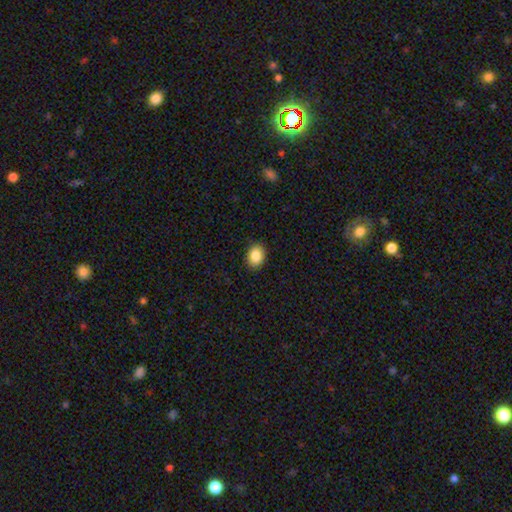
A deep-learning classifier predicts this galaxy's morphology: This is clearly a smooth galaxy (87%). How rounded: likely in between (67%). Merging: clearly none (90%).